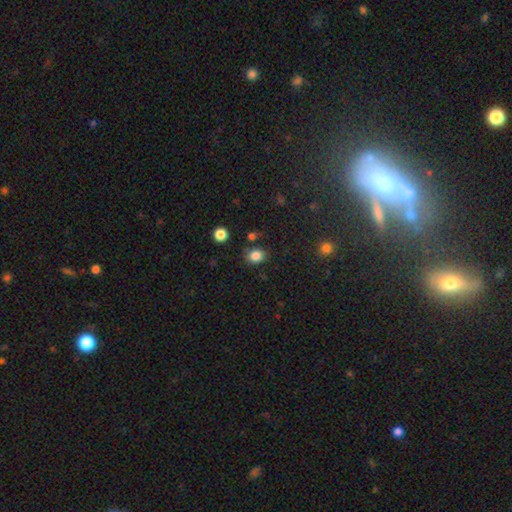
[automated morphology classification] The model was most divided on "how rounded": round: 55%, in between: 45%, cigar-shaped: 1%. More confident: smooth or featured — smooth (84%); merging — none (78%).